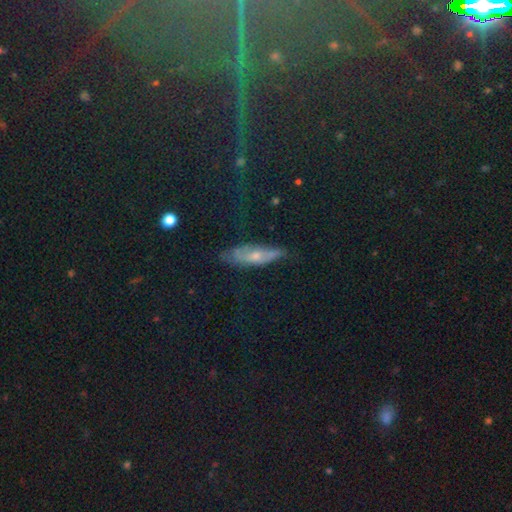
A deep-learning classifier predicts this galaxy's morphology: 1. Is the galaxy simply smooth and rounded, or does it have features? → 42% featured or disk, 37% smooth, 21% star or artifact.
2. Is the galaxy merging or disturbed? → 67% none, 23% minor disturbance, 8% major disturbance, 2% merger.